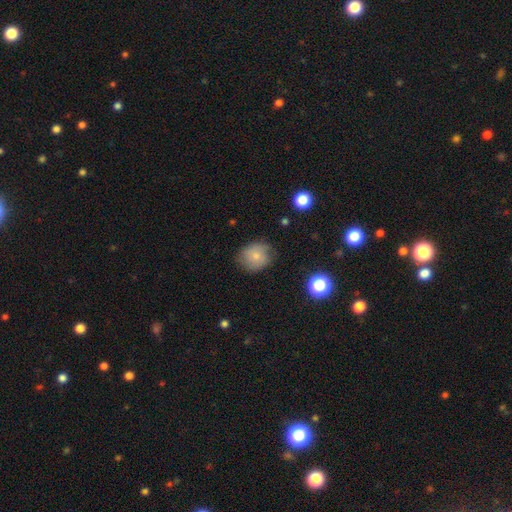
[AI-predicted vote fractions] This appears to be a smooth galaxy with no disk features (73%) that is round (78%). Merging: none (70%).